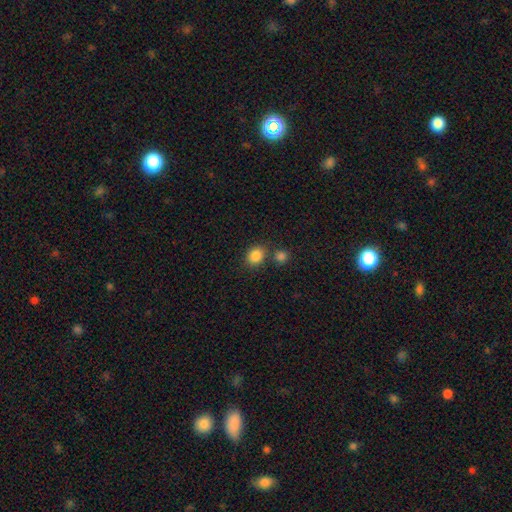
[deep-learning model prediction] Q: Smooth or featured?
A: smooth (86%); runner-up: star or artifact (10%)
Q: How rounded?
A: round (56%); runner-up: in between (43%)
Q: Merging?
A: none (68%); runner-up: merger (18%)